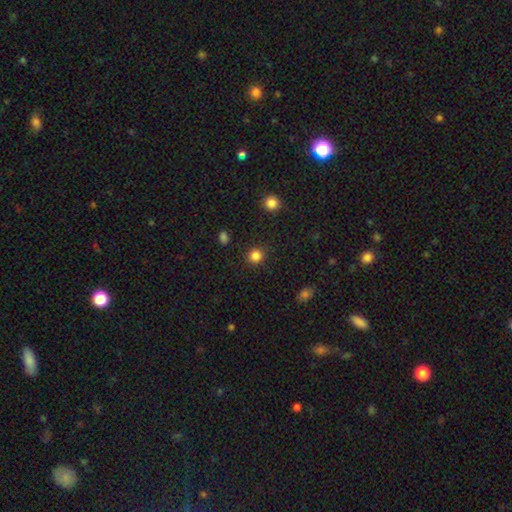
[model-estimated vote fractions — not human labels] Morphology: type=smooth (84%); roundness=round (91%); merging=none (90%).